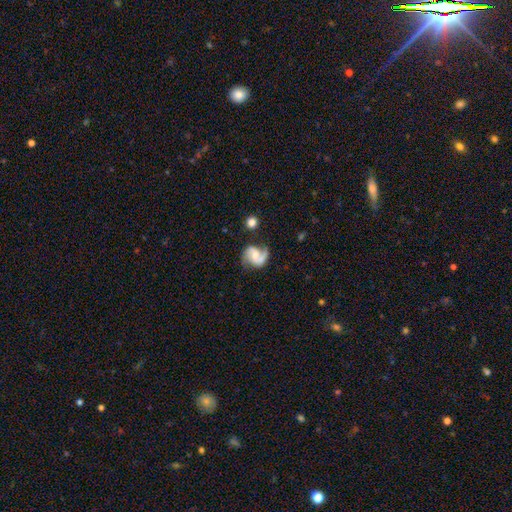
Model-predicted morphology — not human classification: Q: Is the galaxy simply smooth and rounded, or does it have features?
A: featured or disk — 81%.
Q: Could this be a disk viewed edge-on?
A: no — 98%.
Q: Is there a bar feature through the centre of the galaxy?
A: no — 50%.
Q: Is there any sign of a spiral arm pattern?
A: yes — 95%.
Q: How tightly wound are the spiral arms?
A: medium — 50%.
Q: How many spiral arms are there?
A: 2 — 83%.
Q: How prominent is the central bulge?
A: moderate — 48%.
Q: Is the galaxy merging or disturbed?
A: none — 64%.